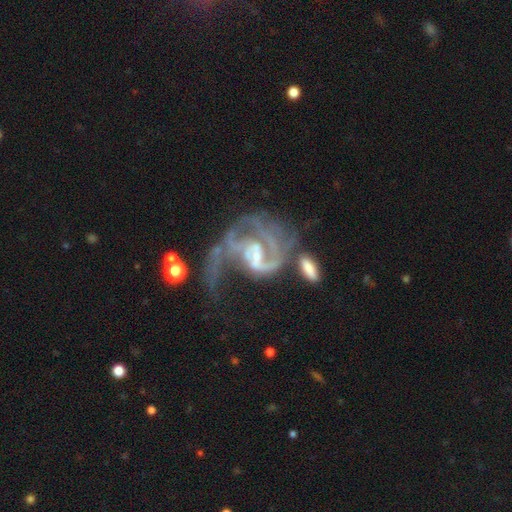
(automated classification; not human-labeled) A featured or disk galaxy (84%) with no bar (46%), 2 (49%) loose (41%) spiral arms (84%) and a small central bulge (56%).

Vote fractions:
- Smooth or featured? featured or disk: 84% / star or artifact: 8% / smooth: 8%
- Edge-on disk? no: 97% / yes: 3%
- Bar? no: 46% / weak: 39% / strong: 15%
- Spiral arms? yes: 84% / no: 16%
- Spiral winding? loose: 41% / medium: 39% / tight: 20%
- Spiral arm count? 2: 49% / can't tell: 20% / 1: 18% / 3: 7% / 4: 3% / more than 4: 3%
- Bulge size? small: 56% / moderate: 25% / none: 15% / large: 3% / dominant: 1%
- Merging? major disturbance: 48% / merger: 25% / none: 16% / minor disturbance: 11%